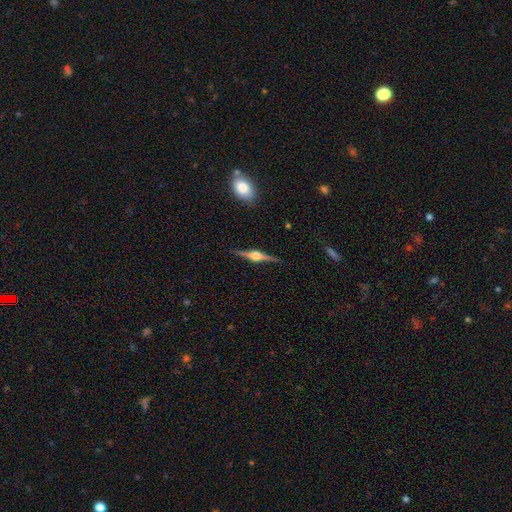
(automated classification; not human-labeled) This appears to be a featured or disk galaxy (84%) viewed edge-on (98%) with a rounded central bulge (93%). Merging: none (89%).